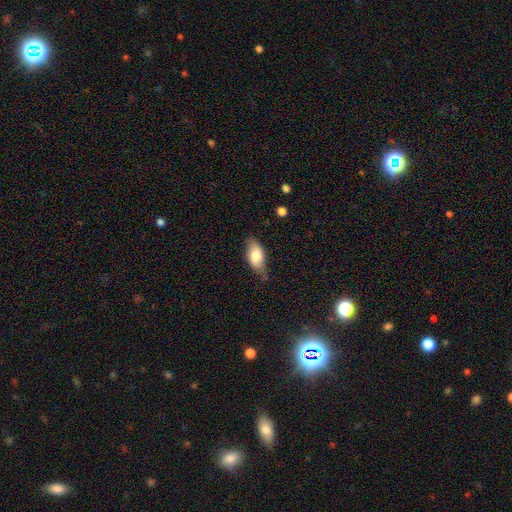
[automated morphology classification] This appears to be a smooth galaxy with no disk features (77%) that is in between round and cigar-shaped (91%). Merging: none (65%).